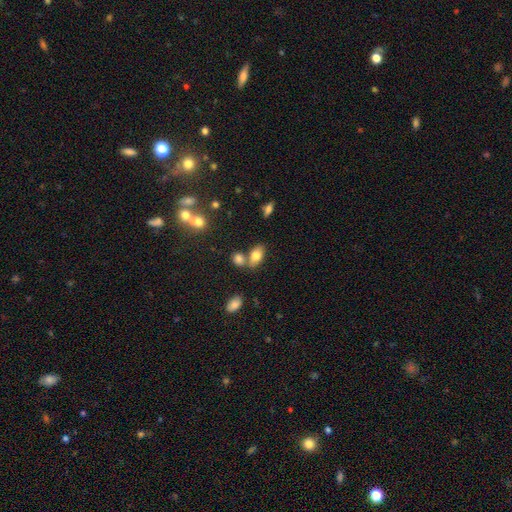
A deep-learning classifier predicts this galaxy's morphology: This appears to be a smooth galaxy with no disk features (78%) that is in between round and cigar-shaped (88%). Merging: none (55%).